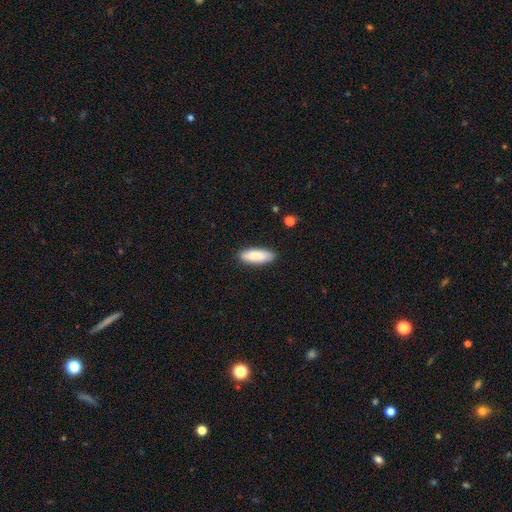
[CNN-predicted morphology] This appears to be a smooth galaxy with no disk features (87%) that is in between round and cigar-shaped (60%). Merging: none (87%).